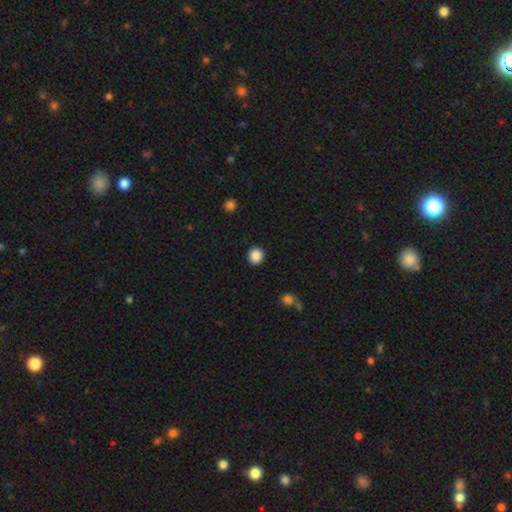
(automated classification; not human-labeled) Overall: smooth (87%). How rounded: round (93%). Merging: none (92%).